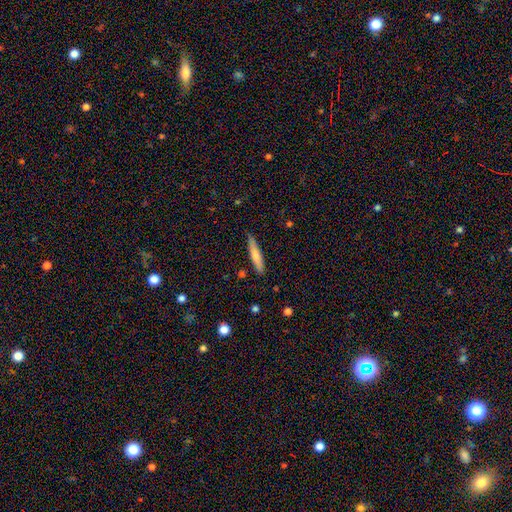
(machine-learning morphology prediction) A smooth galaxy with no disk features (70%) that is cigar-shaped (89%). Merging: none (84%).